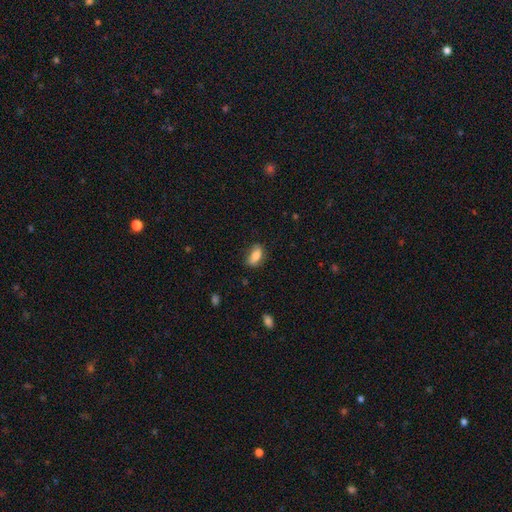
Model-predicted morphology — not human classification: smooth-or-featured: smooth: 78% | featured or disk: 14% | star or artifact: 8%
  how-rounded: in between: 87% | cigar-shaped: 8% | round: 6%
  merging: none: 70% | minor disturbance: 23% | major disturbance: 5% | merger: 2%